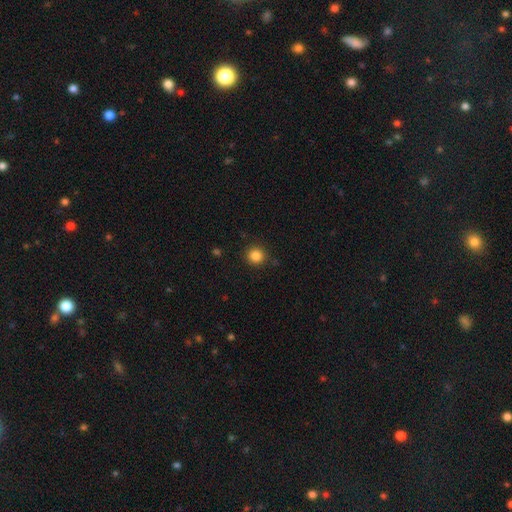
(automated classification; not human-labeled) Smooth or featured?
  - smooth: 85% *
  - star or artifact: 11%
  - featured or disk: 4%
How rounded?
  - round: 92% *
  - in between: 7%
  - cigar-shaped: 1%
Merging?
  - none: 89% *
  - minor disturbance: 8%
  - major disturbance: 2%
  - merger: 1%